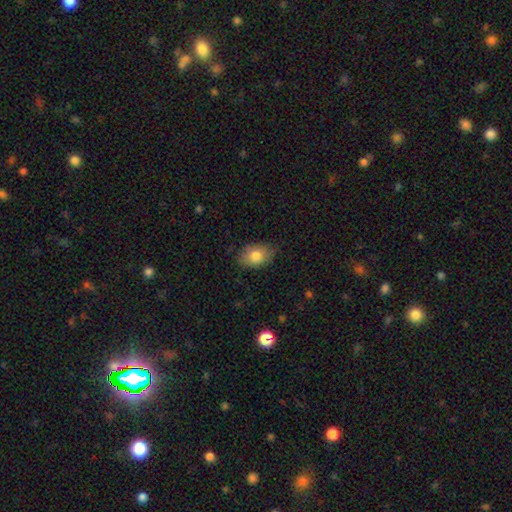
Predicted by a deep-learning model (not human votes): A smooth galaxy with no disk features (81%) that is in between round and cigar-shaped (83%).

Vote fractions:
- Smooth or featured? smooth: 81% / featured or disk: 11% / star or artifact: 8%
- How rounded? in between: 83% / round: 15% / cigar-shaped: 1%
- Merging? none: 77% / minor disturbance: 18% / major disturbance: 3% / merger: 1%